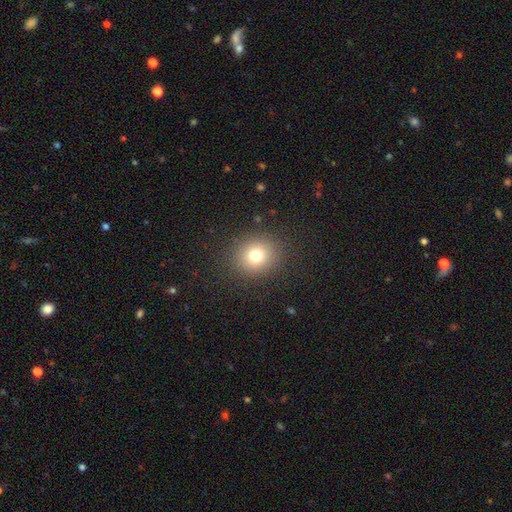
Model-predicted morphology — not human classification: Q: Smooth or featured?
A: smooth (75%); runner-up: star or artifact (15%)
Q: How rounded?
A: round (83%); runner-up: in between (16%)
Q: Merging?
A: none (89%); runner-up: minor disturbance (7%)